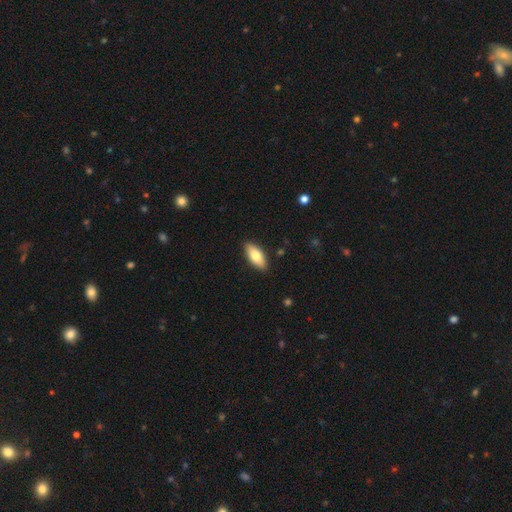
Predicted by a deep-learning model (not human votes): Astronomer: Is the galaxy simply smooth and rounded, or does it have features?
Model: smooth — 76%.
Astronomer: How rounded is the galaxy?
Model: in between — 83%.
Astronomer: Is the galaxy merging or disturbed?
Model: none — 89%.